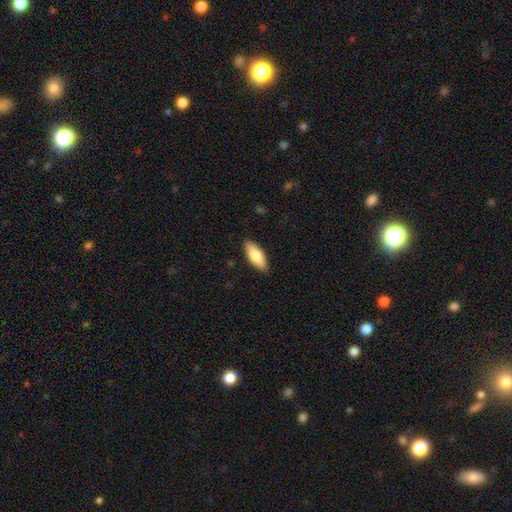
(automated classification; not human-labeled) This is likely a smooth galaxy (78%). How rounded: likely in between (71%). Merging: clearly none (88%).